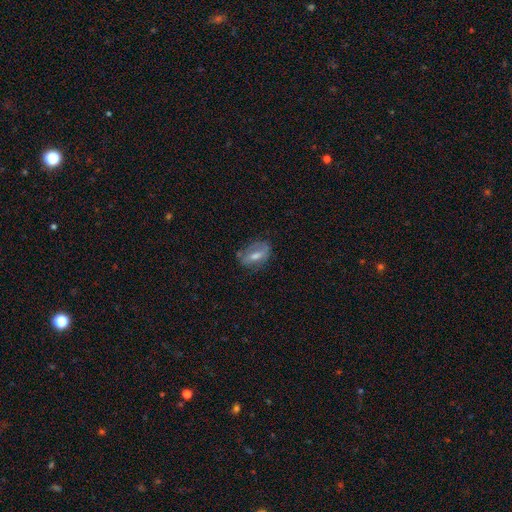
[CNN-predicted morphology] A smooth galaxy with no disk features (52%) that is in between round and cigar-shaped (80%). Merging: none (65%).